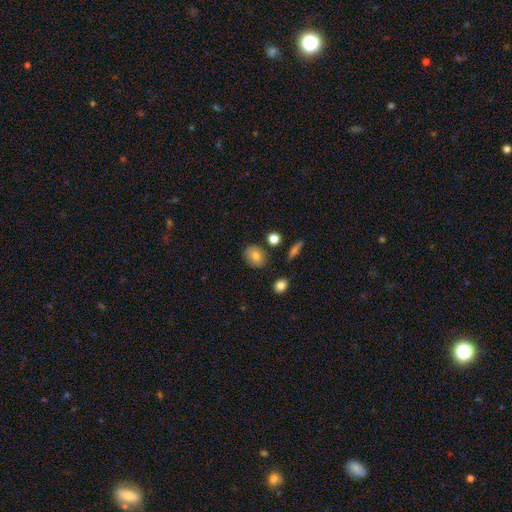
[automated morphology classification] Overall: smooth (77%). How rounded: round (57%; in between 42%). Merging: none (81%).